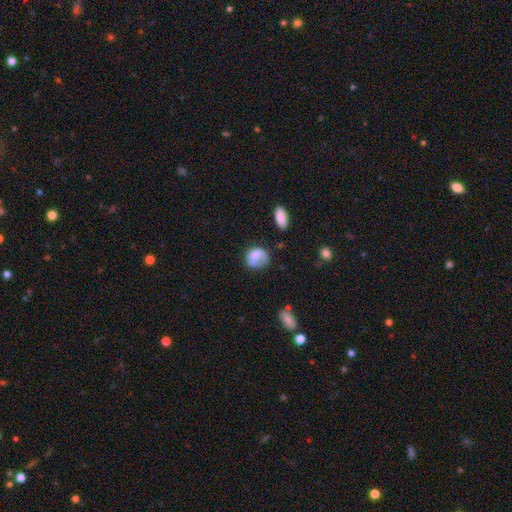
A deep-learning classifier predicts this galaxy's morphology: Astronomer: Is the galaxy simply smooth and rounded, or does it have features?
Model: smooth — 68%.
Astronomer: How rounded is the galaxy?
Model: round — 59% (runner-up: in between, 40%).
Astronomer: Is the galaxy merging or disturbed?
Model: none — 44% (runner-up: minor disturbance, 30%).